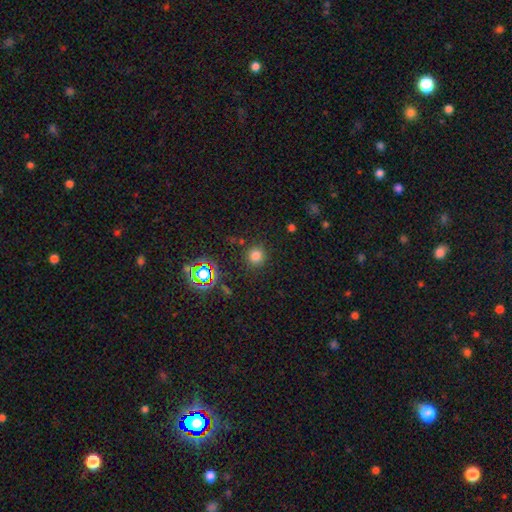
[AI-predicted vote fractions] The model was most divided on "smooth or featured": smooth: 73%, star or artifact: 20%, featured or disk: 6%. More confident: how rounded — round (93%); merging — none (87%).